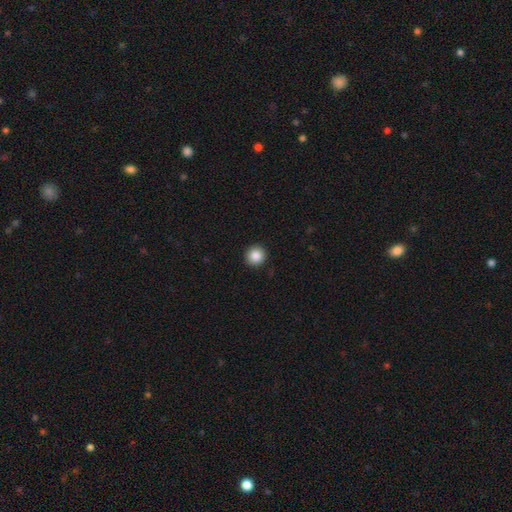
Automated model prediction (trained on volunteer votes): Q: Smooth or featured?
A: smooth (86%); runner-up: star or artifact (9%)
Q: How rounded?
A: round (94%); runner-up: in between (5%)
Q: Merging?
A: none (93%); runner-up: minor disturbance (5%)